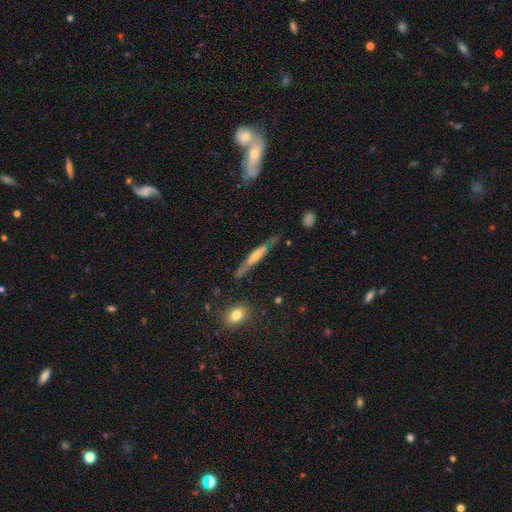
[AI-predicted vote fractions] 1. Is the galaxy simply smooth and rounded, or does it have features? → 64% featured or disk, 28% smooth, 9% star or artifact.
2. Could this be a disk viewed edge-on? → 87% yes, 13% no.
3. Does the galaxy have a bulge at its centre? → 68% rounded, 23% none, 9% boxy.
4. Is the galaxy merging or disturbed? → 72% none, 20% minor disturbance, 5% major disturbance, 3% merger.